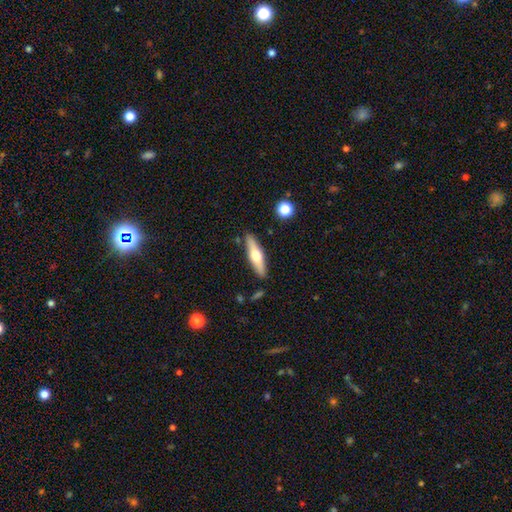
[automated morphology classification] The model was most divided on "smooth or featured": featured or disk: 49%, smooth: 45%, star or artifact: 6%. More confident: merging — none (87%).